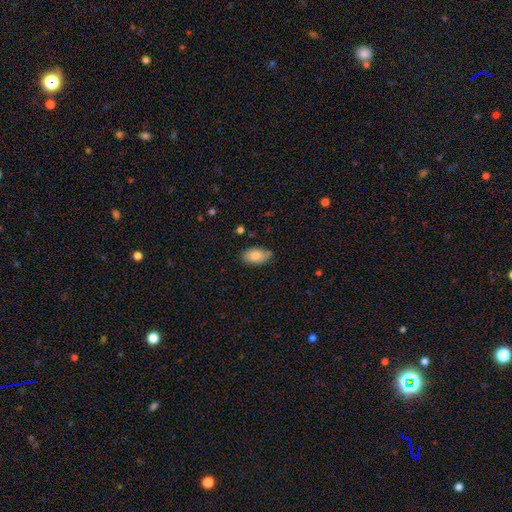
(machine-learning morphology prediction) The model was most divided on "merging": none: 71%, minor disturbance: 23%, major disturbance: 3%, merger: 2%. More confident: how rounded — in between (93%); smooth or featured — smooth (83%).